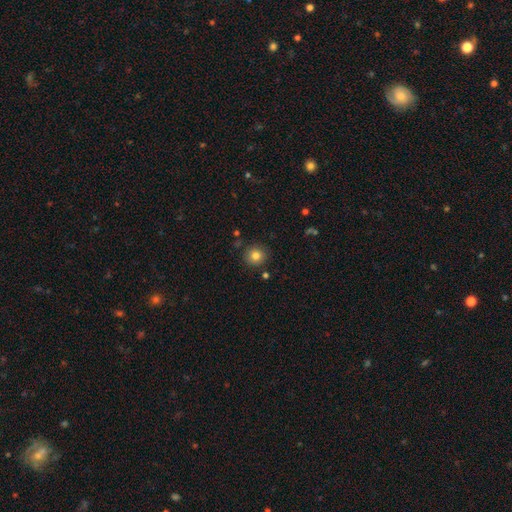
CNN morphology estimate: A smooth galaxy with no disk features (81%) that is round (92%). Merging: none (88%).